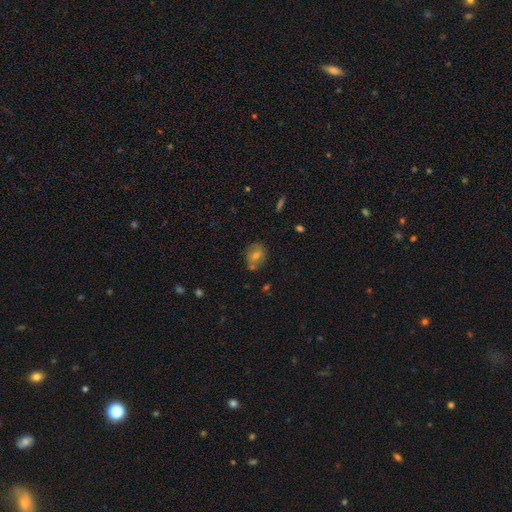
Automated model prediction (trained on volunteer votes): Q: Smooth or featured?
A: smooth (53%); runner-up: featured or disk (29%)
Q: How rounded?
A: round (70%); runner-up: in between (29%)
Q: Merging?
A: none (72%); runner-up: minor disturbance (16%)